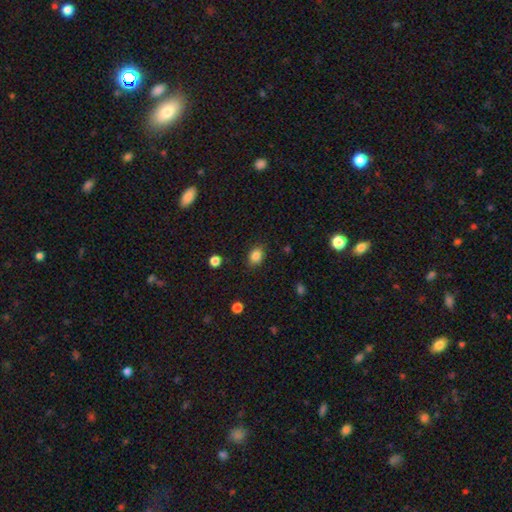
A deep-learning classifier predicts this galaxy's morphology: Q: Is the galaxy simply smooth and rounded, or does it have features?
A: smooth — 86%.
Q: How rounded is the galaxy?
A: in between — 66%.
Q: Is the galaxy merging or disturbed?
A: none — 85%.